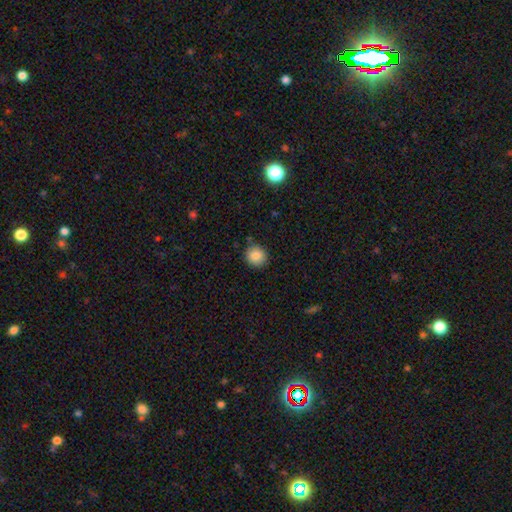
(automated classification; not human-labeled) This is clearly a smooth galaxy (85%). How rounded: clearly round (85%). Merging: clearly none (85%).